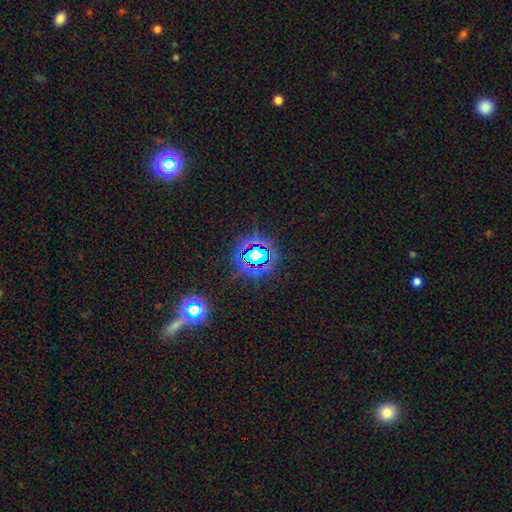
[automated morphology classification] Q: Smooth or featured?
A: star or artifact (74%); runner-up: smooth (16%)